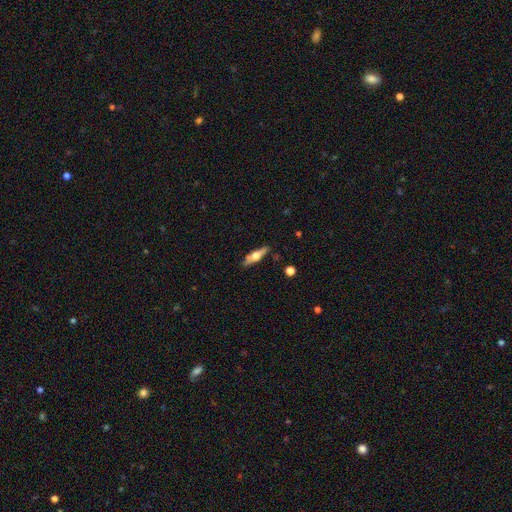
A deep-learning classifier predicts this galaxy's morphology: smooth_or_featured: featured or disk (p=0.57) [alt: smooth p=0.37]
disk_edge_on: yes (p=0.93) [alt: no p=0.07]
edge_on_bulge: rounded (p=0.93) [alt: boxy p=0.05]
merging: none (p=0.84) [alt: minor disturbance p=0.11]